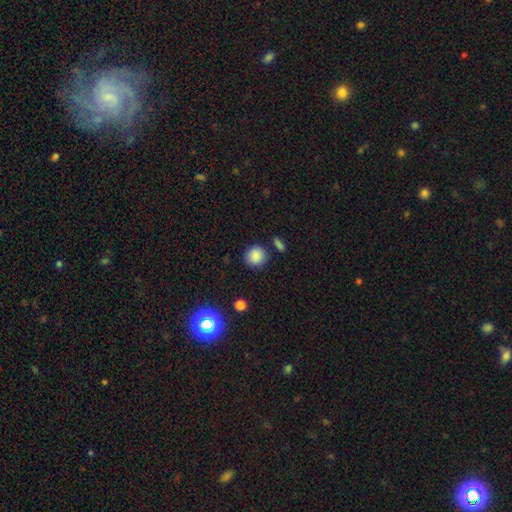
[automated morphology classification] A smooth galaxy with no disk features (86%) that is round (89%). Merging: none (83%).